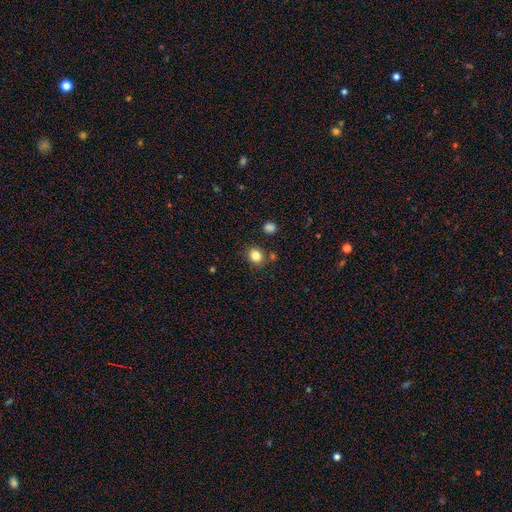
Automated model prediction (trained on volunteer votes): Smooth or featured?
  - smooth: 83% *
  - star or artifact: 11%
  - featured or disk: 5%
How rounded?
  - round: 72% *
  - in between: 27%
  - cigar-shaped: 1%
Merging?
  - none: 83% *
  - minor disturbance: 10%
  - merger: 5%
  - major disturbance: 3%